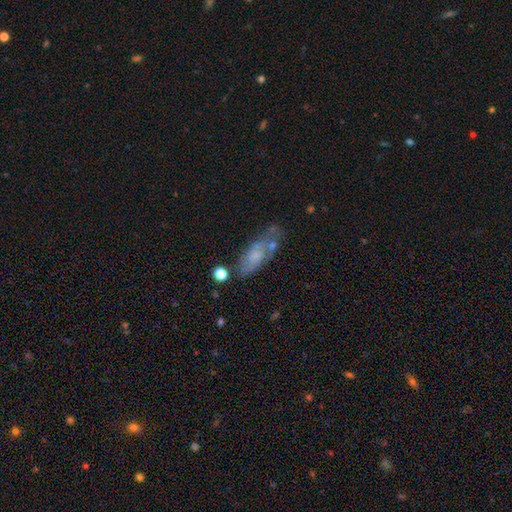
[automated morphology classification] Smooth or featured? Predicted: smooth (p=0.47). Merging? Predicted: none (p=0.51).